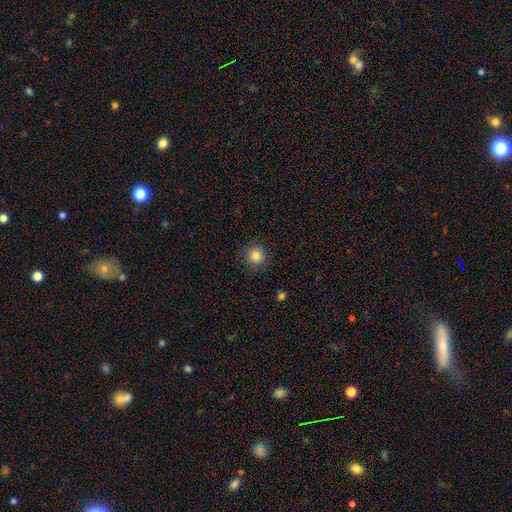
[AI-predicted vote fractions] smooth 84%, star or artifact 11%, featured or disk 5%. Down the decision tree: how rounded — round (94%); merging — none (89%).